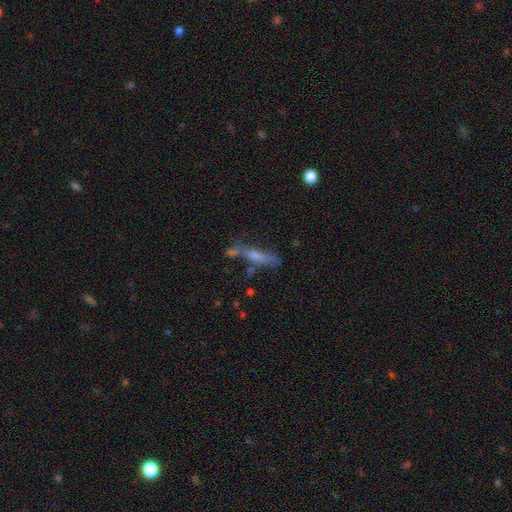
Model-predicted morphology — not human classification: smooth_or_featured: featured or disk (p=0.51) [alt: smooth p=0.37]
disk_edge_on: yes (p=0.73) [alt: no p=0.27]
merging: none (p=0.53) [alt: minor disturbance p=0.19]